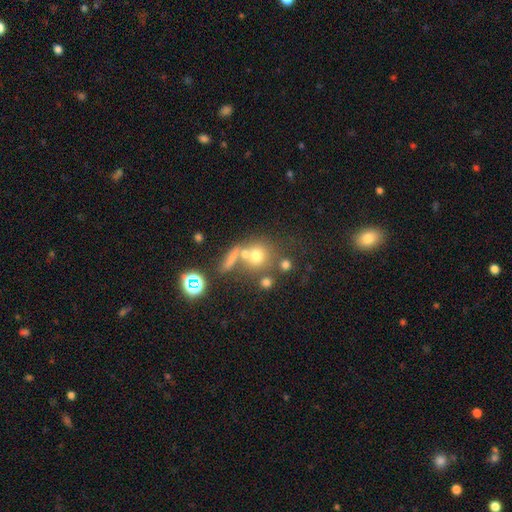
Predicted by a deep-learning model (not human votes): This is likely a smooth galaxy (65%). How rounded: clearly round (82%). Merging: possibly none (50%).